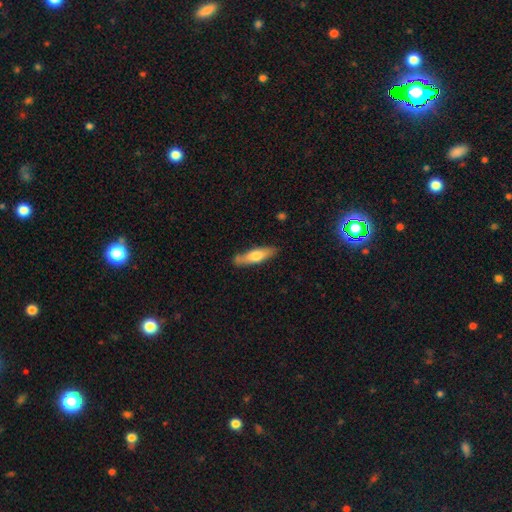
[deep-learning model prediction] Overall: smooth (60%; featured or disk 35%). How rounded: cigar-shaped (67%; in between 31%). Merging: none (81%).